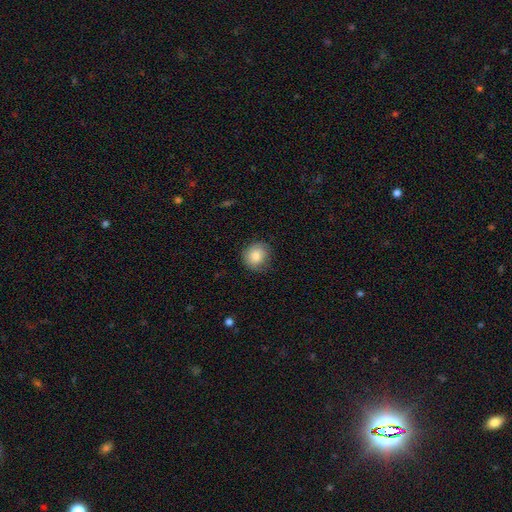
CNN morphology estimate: Smooth or featured: smooth — 83% (featured or disk — 10%)
How rounded: round — 79% (in between — 20%)
Merging: none — 76% (minor disturbance — 19%)